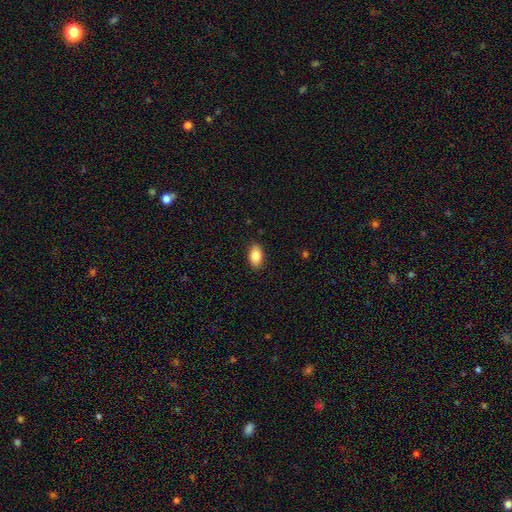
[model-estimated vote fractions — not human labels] This is clearly a smooth galaxy (83%). How rounded: clearly in between (90%). Merging: clearly none (89%).